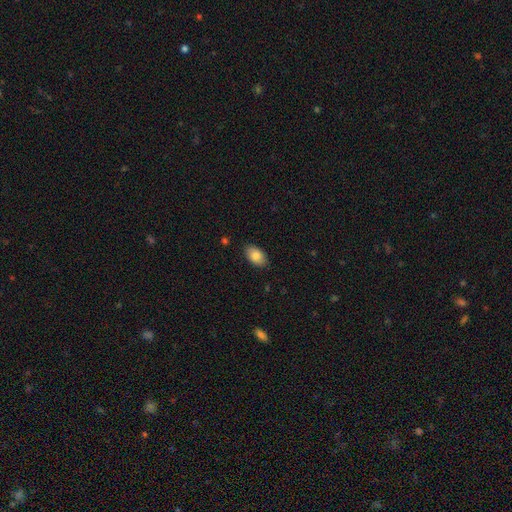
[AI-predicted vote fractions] Smooth or featured?
  - smooth: 85% *
  - featured or disk: 8%
  - star or artifact: 7%
How rounded?
  - in between: 93% *
  - round: 5%
  - cigar-shaped: 1%
Merging?
  - none: 87% *
  - minor disturbance: 10%
  - major disturbance: 2%
  - merger: 1%